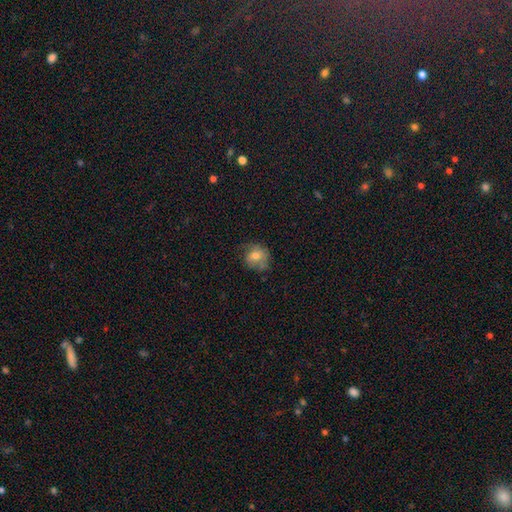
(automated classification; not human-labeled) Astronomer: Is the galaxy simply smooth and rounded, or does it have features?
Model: smooth — 66%.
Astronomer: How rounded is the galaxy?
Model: round — 75%.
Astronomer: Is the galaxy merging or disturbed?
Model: none — 54%.